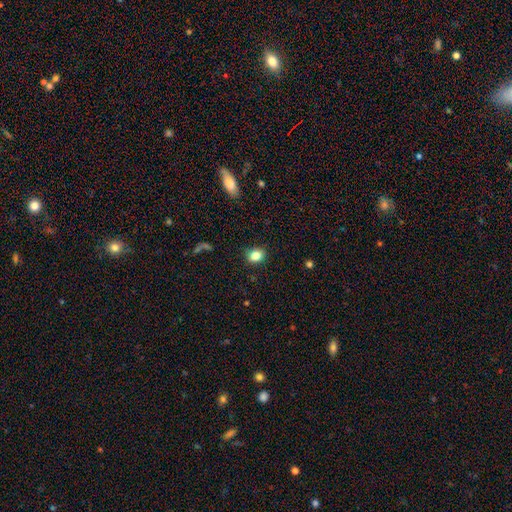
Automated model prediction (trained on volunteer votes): Overall: smooth (83%). How rounded: round (55%; in between 44%). Merging: none (88%).